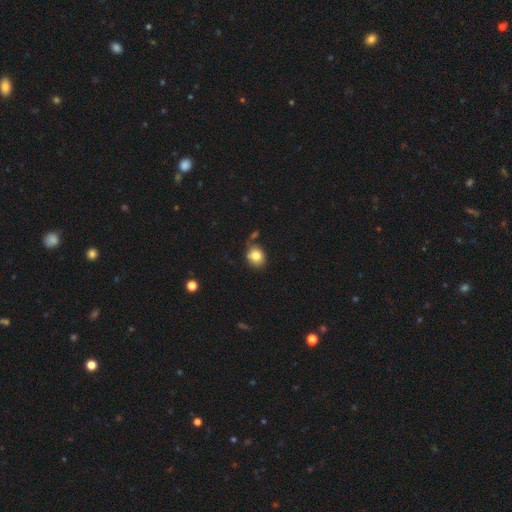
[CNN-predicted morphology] This appears to be a smooth galaxy with no disk features (82%) that is round (63%). Merging: none (65%).